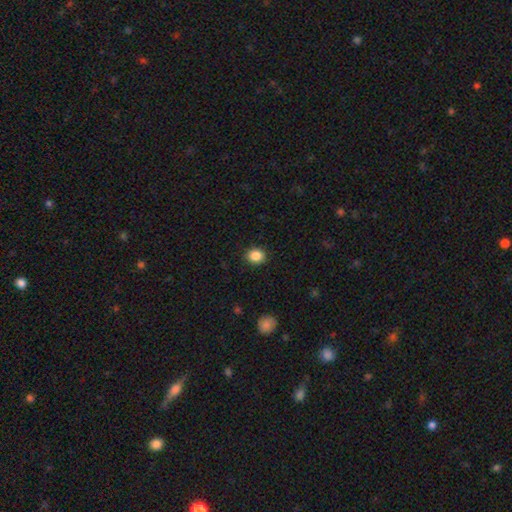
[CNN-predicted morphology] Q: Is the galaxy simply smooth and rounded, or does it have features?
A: smooth — 86%.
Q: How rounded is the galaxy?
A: round — 68%.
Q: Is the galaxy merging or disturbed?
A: none — 89%.